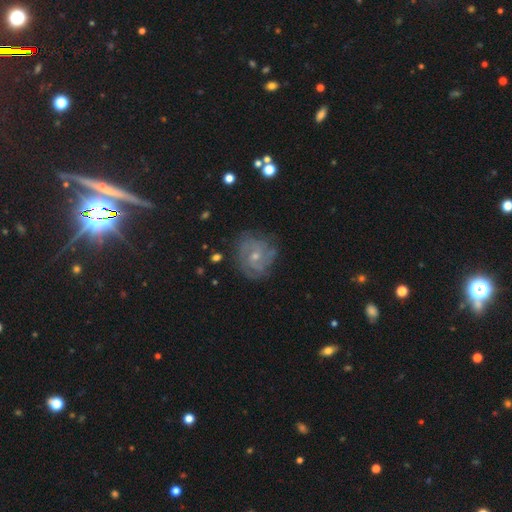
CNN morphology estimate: Overall: featured or disk (78%). Edge-on disk: no (98%). Bar: no (68%). Spiral arms: yes (90%). Spiral arm count: can't tell (34%; 2 25%). Spiral winding: tight (58%; medium 33%). Bulge size: small (60%; moderate 36%). Merging: none (71%).